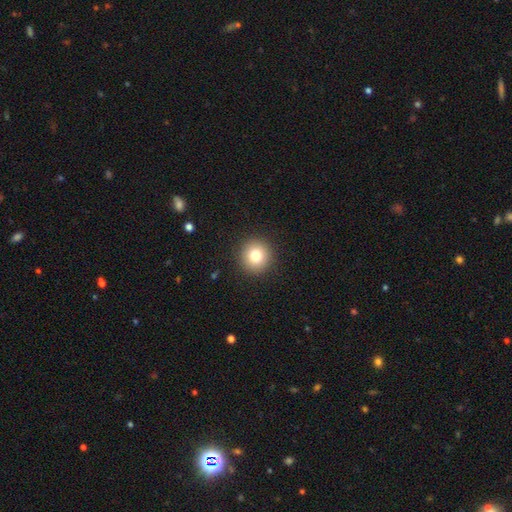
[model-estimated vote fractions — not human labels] This appears to be a smooth galaxy with no disk features (78%) that is round (94%). Merging: none (92%).